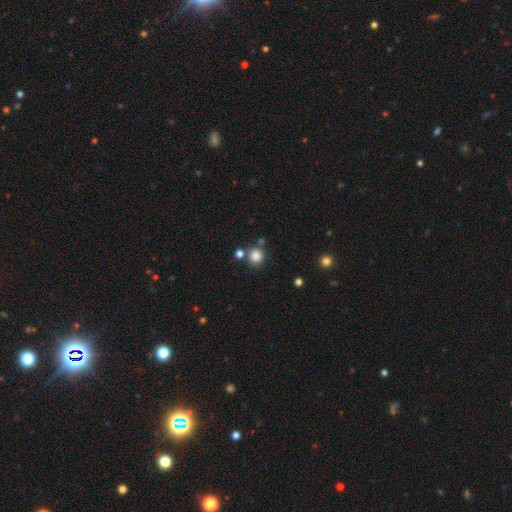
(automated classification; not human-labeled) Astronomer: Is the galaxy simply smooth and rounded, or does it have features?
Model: smooth — 84%.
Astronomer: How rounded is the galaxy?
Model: round — 90%.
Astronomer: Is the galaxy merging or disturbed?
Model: none — 72%.